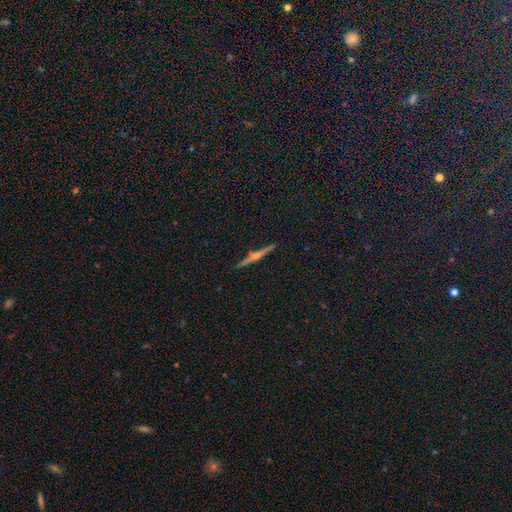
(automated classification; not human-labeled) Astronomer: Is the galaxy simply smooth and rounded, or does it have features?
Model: featured or disk — 71%.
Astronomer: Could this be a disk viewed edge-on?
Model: yes — 98%.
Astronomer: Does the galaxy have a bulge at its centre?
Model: rounded — 76%.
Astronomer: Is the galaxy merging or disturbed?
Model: none — 92%.